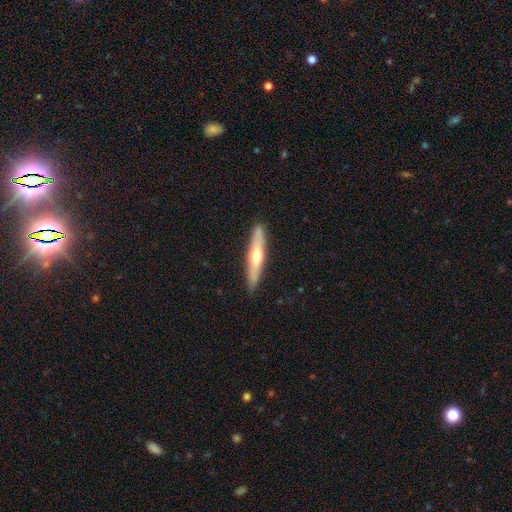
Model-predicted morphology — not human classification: Smooth or featured? featured or disk (50%)
Edge-on disk? yes (90%)
Merging? none (88%)